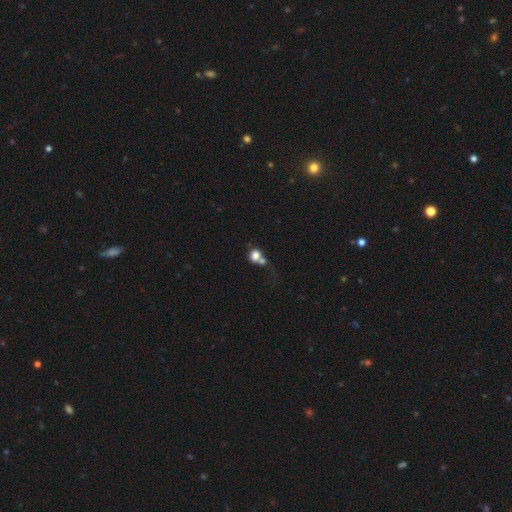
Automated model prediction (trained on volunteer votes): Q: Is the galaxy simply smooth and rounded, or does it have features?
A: smooth — 75%.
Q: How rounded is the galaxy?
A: round — 72%.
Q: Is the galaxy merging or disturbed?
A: merger — 51%.